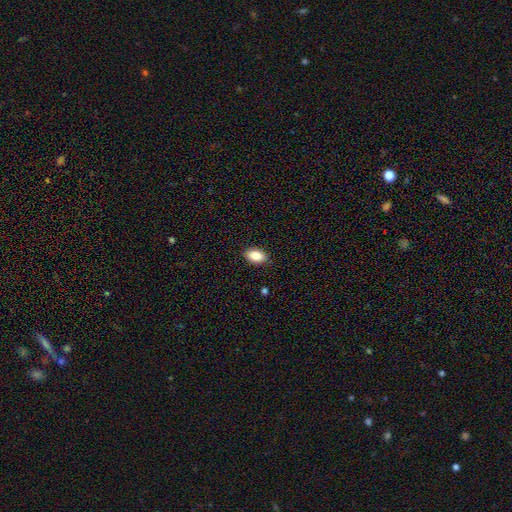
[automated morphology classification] A smooth galaxy with no disk features (87%) that is in between round and cigar-shaped (91%). Merging: none (87%).